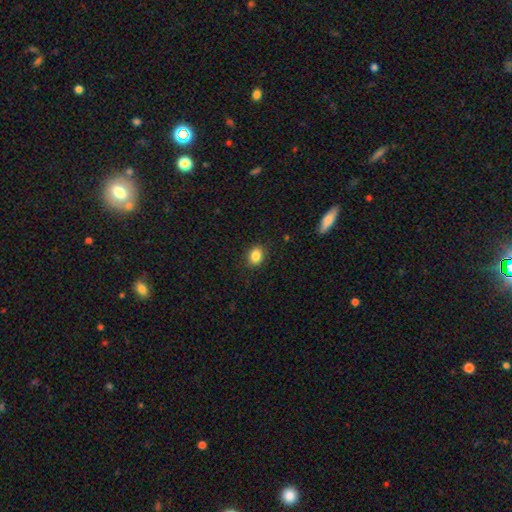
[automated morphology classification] The model was most divided on "how rounded": in between: 50%, round: 49%, cigar-shaped: 1%. More confident: merging — none (89%); smooth or featured — smooth (85%).